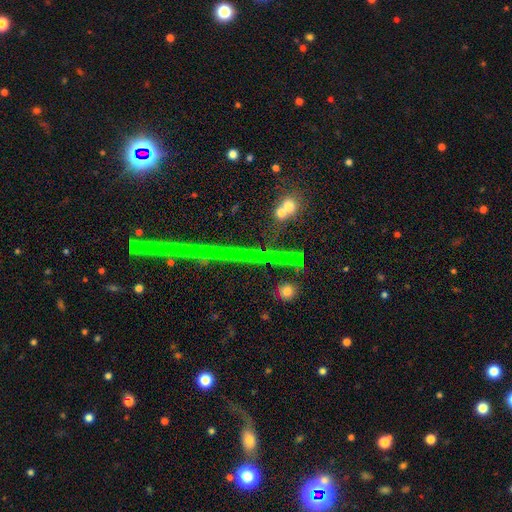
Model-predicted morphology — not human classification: type=star or artifact (58%).